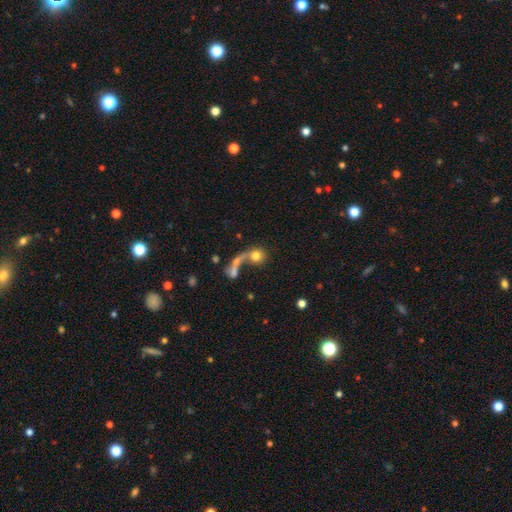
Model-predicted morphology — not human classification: smooth_or_featured: smooth (p=0.66) [alt: featured or disk p=0.24]
how_rounded: round (p=0.79) [alt: in between p=0.17]
merging: merger (p=0.41) [alt: none p=0.28]